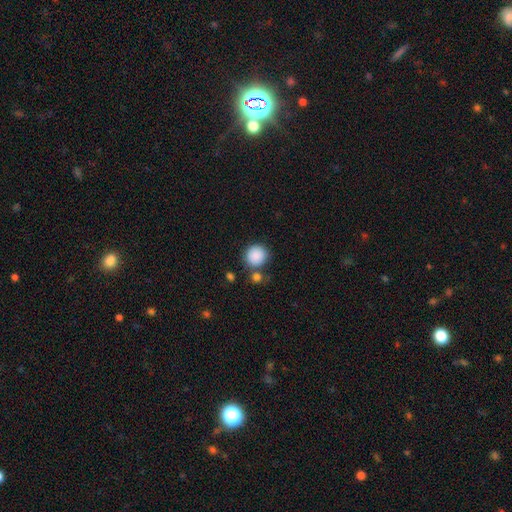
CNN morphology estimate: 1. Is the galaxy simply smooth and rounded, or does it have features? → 88% smooth, 8% star or artifact, 4% featured or disk.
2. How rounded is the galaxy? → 90% round, 9% in between, 1% cigar-shaped.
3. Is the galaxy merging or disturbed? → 73% none, 12% merger, 11% minor disturbance, 4% major disturbance.